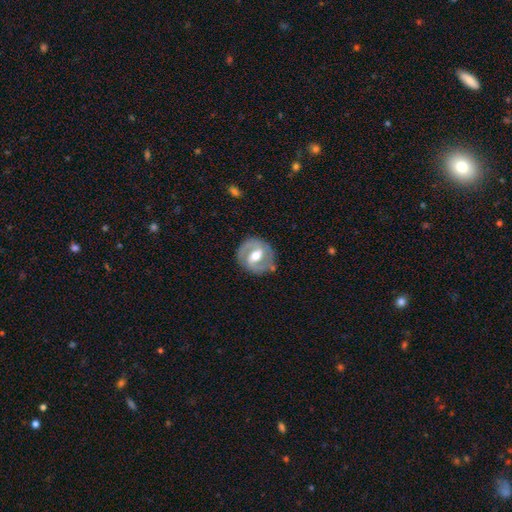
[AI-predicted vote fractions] Smooth or featured: featured or disk — 80% (smooth — 15%)
Edge-on disk: no — 97% (yes — 3%)
Bar: weak — 44% (strong — 38%)
Spiral arms: yes — 85% (no — 15%)
Spiral winding: medium — 46% (tight — 40%)
Spiral arm count: 2 — 86% (can't tell — 6%)
Bulge size: moderate — 71% (large — 14%)
Merging: none — 80% (minor disturbance — 13%)